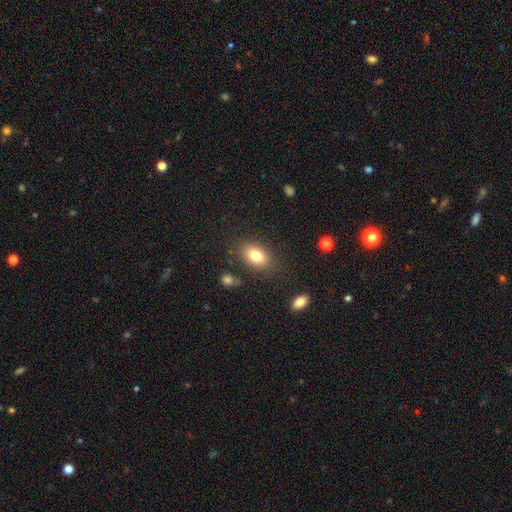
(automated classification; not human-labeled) smooth-or-featured: smooth: 80% | featured or disk: 11% | star or artifact: 9%
  how-rounded: in between: 82% | round: 17% | cigar-shaped: 1%
  merging: none: 81% | minor disturbance: 12% | major disturbance: 4% | merger: 3%